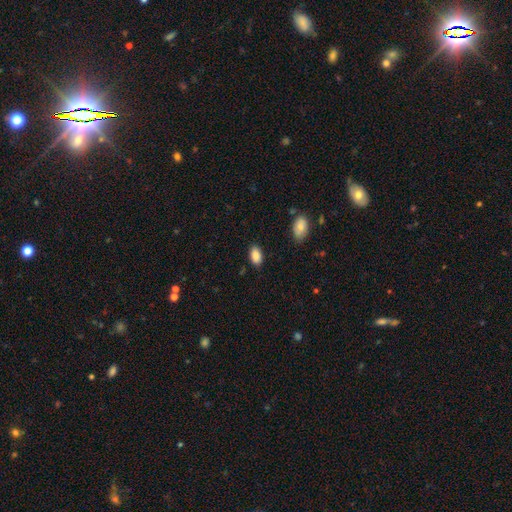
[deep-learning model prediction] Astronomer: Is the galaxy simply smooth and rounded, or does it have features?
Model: smooth — 88%.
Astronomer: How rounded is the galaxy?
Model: in between — 93%.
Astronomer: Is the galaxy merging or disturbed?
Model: none — 86%.